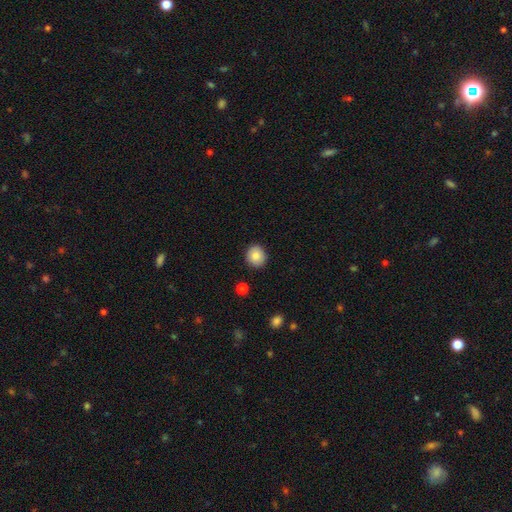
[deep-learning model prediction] Q: Smooth or featured?
A: smooth (87%); runner-up: star or artifact (8%)
Q: How rounded?
A: round (83%); runner-up: in between (16%)
Q: Merging?
A: none (90%); runner-up: minor disturbance (7%)